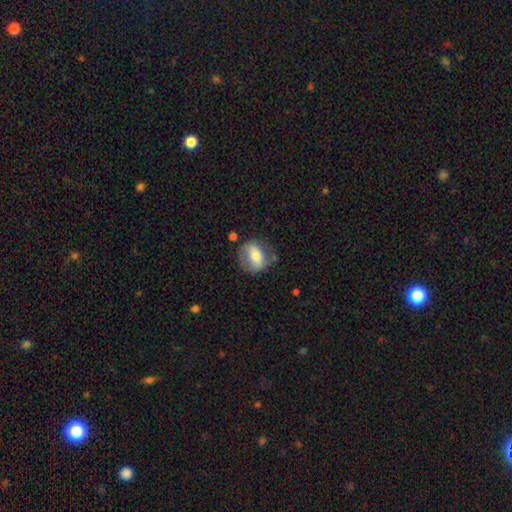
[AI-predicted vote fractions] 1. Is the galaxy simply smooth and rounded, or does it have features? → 55% smooth, 38% featured or disk, 7% star or artifact.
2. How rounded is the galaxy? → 53% round, 44% in between, 3% cigar-shaped.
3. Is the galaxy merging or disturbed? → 67% none, 20% minor disturbance, 9% major disturbance, 4% merger.